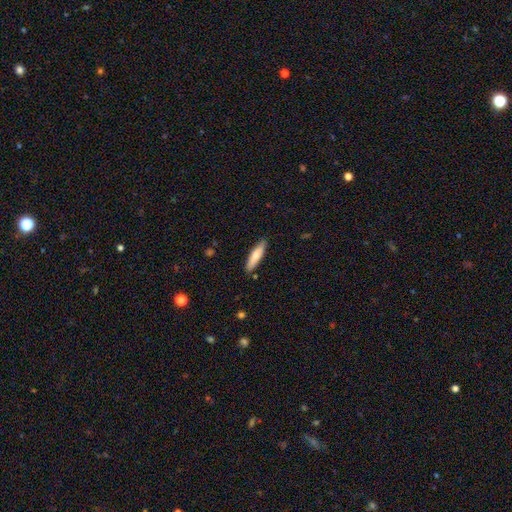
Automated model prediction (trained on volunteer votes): Smooth or featured: smooth — 73% (featured or disk — 21%)
How rounded: cigar-shaped — 72% (in between — 26%)
Merging: none — 87% (minor disturbance — 10%)